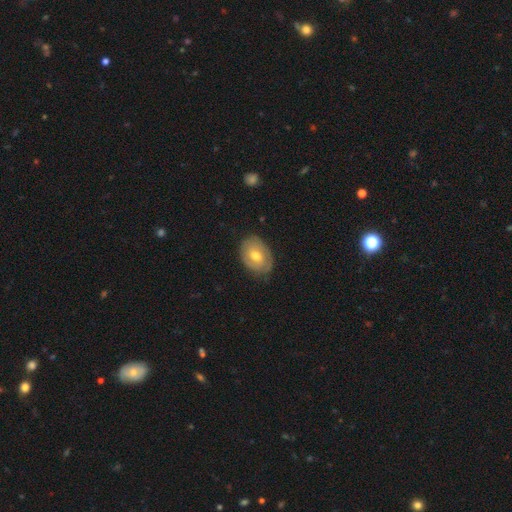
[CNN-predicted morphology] This is possibly a smooth galaxy (56%). How rounded: likely in between (77%). Merging: likely none (78%).